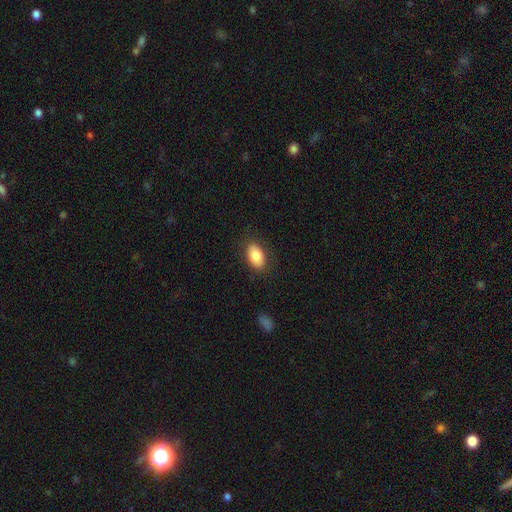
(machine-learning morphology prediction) A smooth galaxy with no disk features (84%) that is in between round and cigar-shaped (91%). Merging: none (86%).